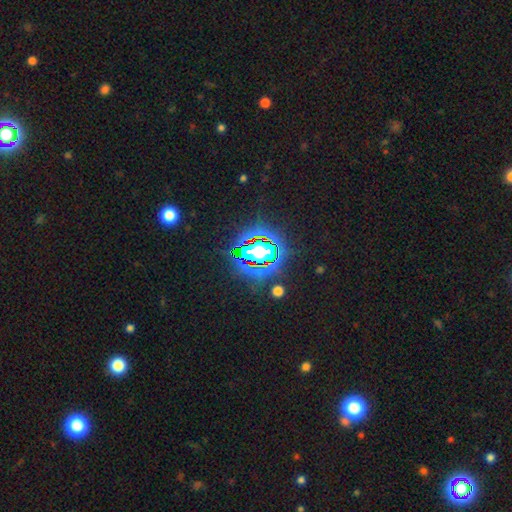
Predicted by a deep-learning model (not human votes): smooth_or_featured: star or artifact (p=0.82) [alt: smooth p=0.10]